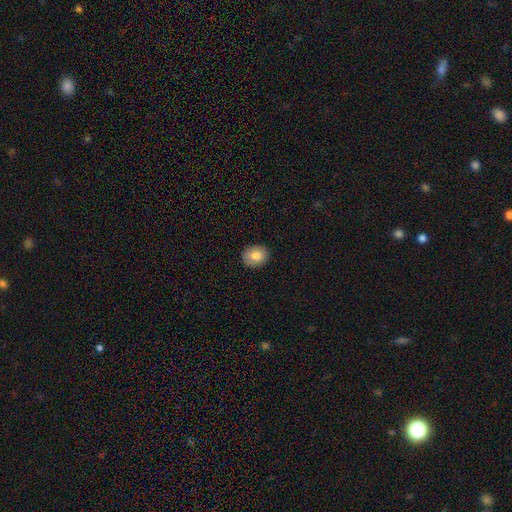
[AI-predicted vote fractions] Smooth or featured?
  - smooth: 81% *
  - featured or disk: 11%
  - star or artifact: 8%
How rounded?
  - in between: 54% *
  - round: 45%
  - cigar-shaped: 1%
Merging?
  - none: 89% *
  - minor disturbance: 8%
  - major disturbance: 2%
  - merger: 1%